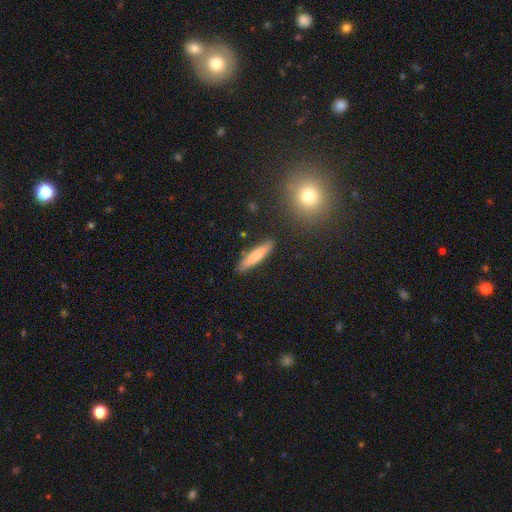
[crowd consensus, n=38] smooth-or-featured: smooth: 89% | featured or disk: 8% | star or artifact: 3%
  how-rounded: cigar-shaped: 82% | in between: 18% | round: 0%
  merging: none: 92% | minor disturbance: 5% | merger: 3% | major disturbance: 0%